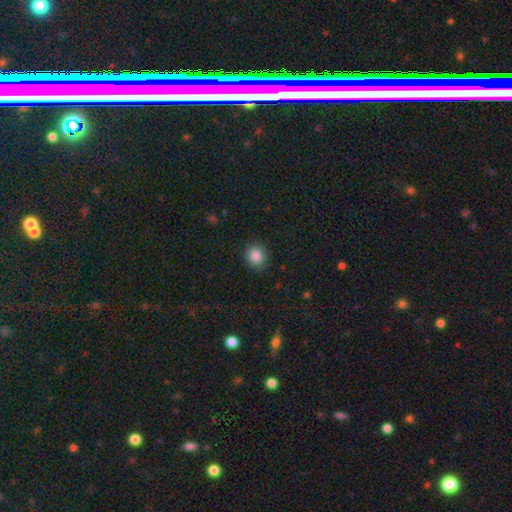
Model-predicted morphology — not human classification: The model was most divided on "how rounded": round: 85%, in between: 14%, cigar-shaped: 1%. More confident: merging — none (87%); smooth or featured — smooth (86%).